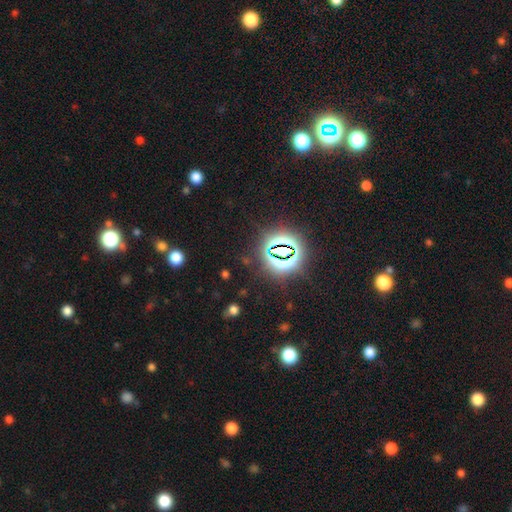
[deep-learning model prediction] Overall: star or artifact (83%).